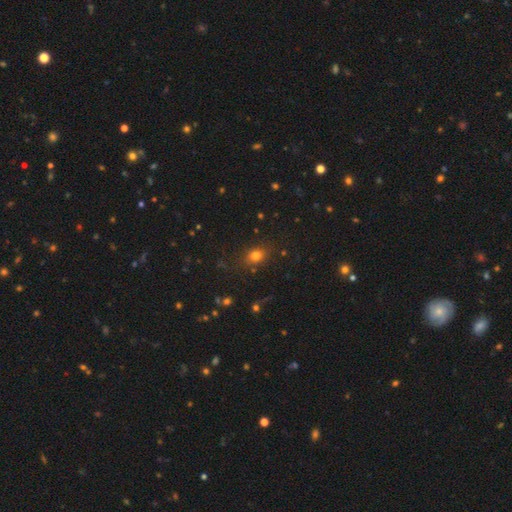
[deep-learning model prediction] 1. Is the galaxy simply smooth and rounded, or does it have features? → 75% smooth, 17% star or artifact, 8% featured or disk.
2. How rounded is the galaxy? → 52% round, 46% in between, 2% cigar-shaped.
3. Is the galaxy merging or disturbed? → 83% none, 11% minor disturbance, 4% major disturbance, 2% merger.